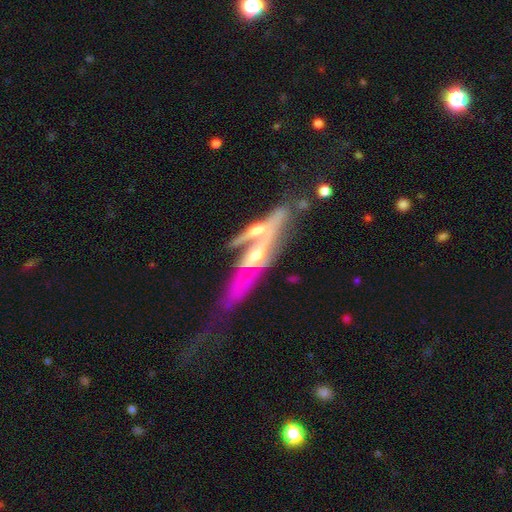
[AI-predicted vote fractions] Smooth or featured?
  - featured or disk: 78% *
  - smooth: 14%
  - star or artifact: 8%
Edge-on disk?
  - yes: 64% *
  - no: 36%
Merging?
  - merger: 41% *
  - none: 23%
  - major disturbance: 20%
  - minor disturbance: 16%